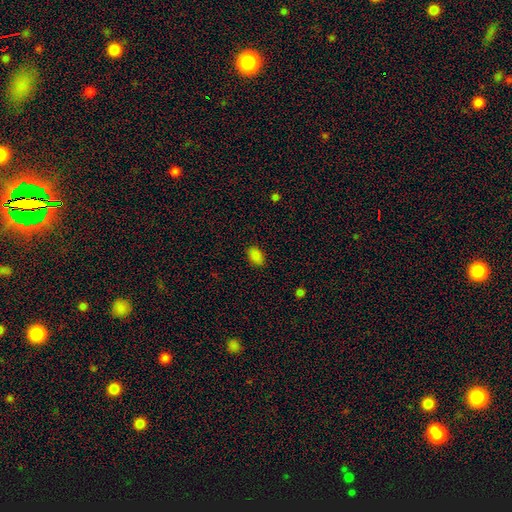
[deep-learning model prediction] Smooth or featured?
  - smooth: 86% *
  - star or artifact: 11%
  - featured or disk: 3%
How rounded?
  - in between: 90% *
  - round: 9%
  - cigar-shaped: 1%
Merging?
  - none: 86% *
  - minor disturbance: 10%
  - major disturbance: 2%
  - merger: 1%